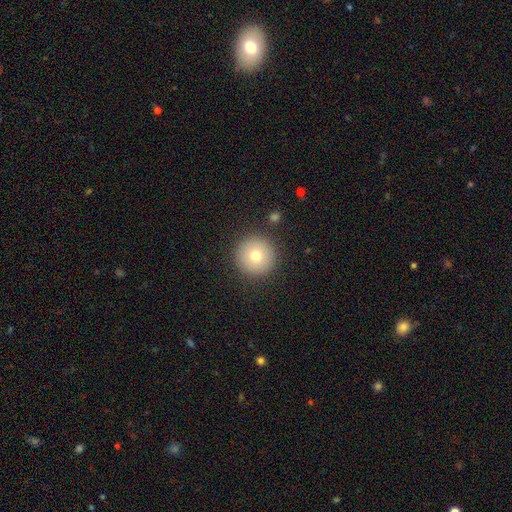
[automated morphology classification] This appears to be a smooth galaxy with no disk features (74%) that is round (97%). Merging: none (90%).